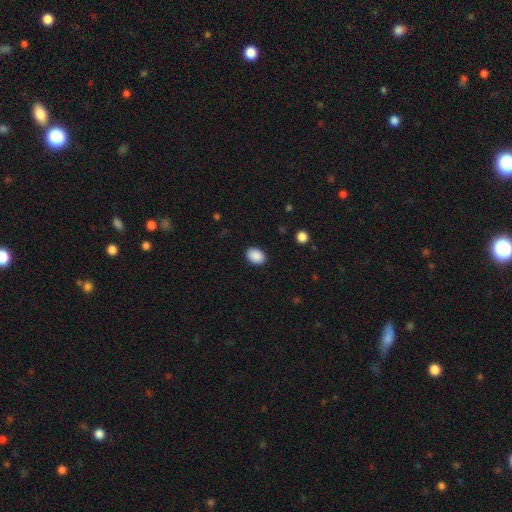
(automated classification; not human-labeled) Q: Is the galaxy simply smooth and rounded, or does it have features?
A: smooth — 90%.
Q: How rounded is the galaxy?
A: in between — 73%.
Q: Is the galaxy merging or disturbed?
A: none — 90%.